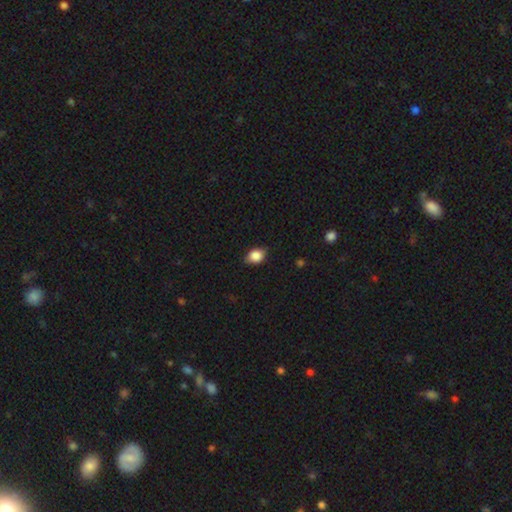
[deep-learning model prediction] Overall: smooth (84%). How rounded: in between (63%; round 35%). Merging: none (76%).